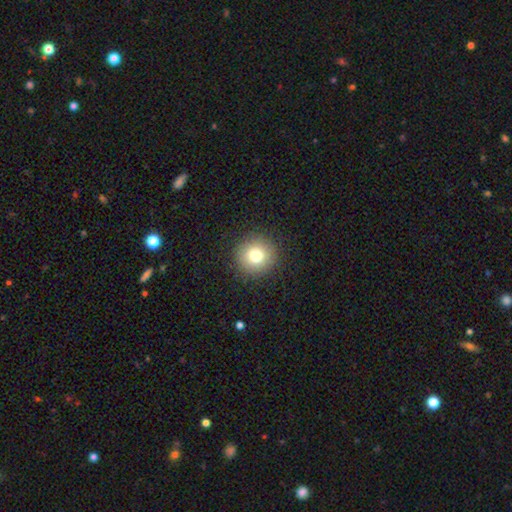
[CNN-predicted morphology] The model was most divided on "smooth or featured": smooth: 78%, star or artifact: 12%, featured or disk: 10%. More confident: how rounded — round (94%); merging — none (91%).